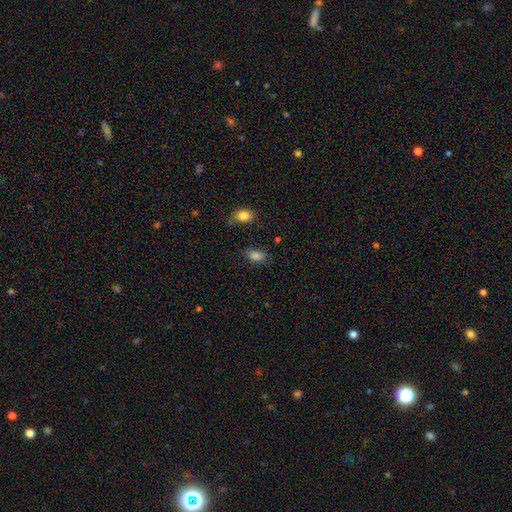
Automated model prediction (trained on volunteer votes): This appears to be a smooth galaxy with no disk features (85%) that is in between round and cigar-shaped (88%). Merging: none (75%).